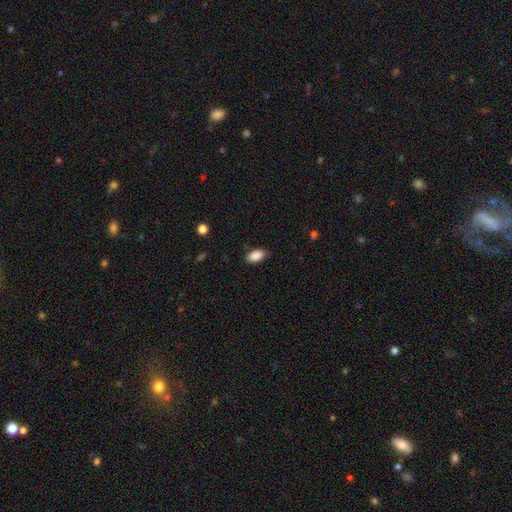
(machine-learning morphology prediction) A smooth galaxy with no disk features (89%) that is in between round and cigar-shaped (93%). Merging: none (80%).